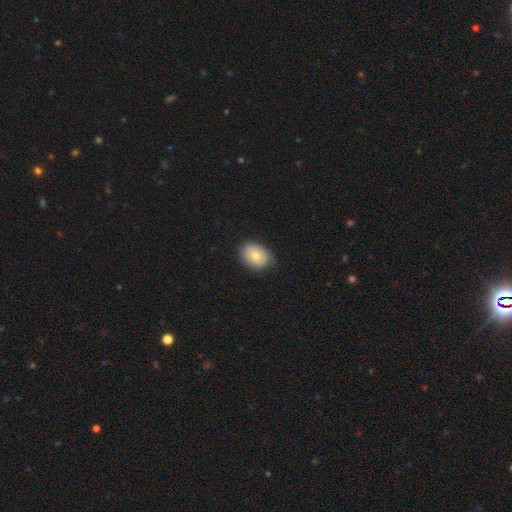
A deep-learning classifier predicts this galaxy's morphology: smooth 73%, featured or disk 20%, star or artifact 8%. Down the decision tree: how rounded — in between (61%); merging — none (76%).